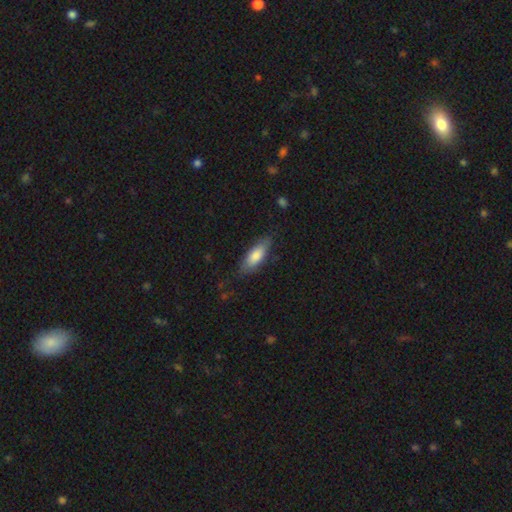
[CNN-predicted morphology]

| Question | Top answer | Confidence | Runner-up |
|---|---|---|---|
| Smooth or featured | smooth | 78% | featured or disk (16%) |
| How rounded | in between | 68% | cigar-shaped (30%) |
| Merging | none | 76% | minor disturbance (18%) |